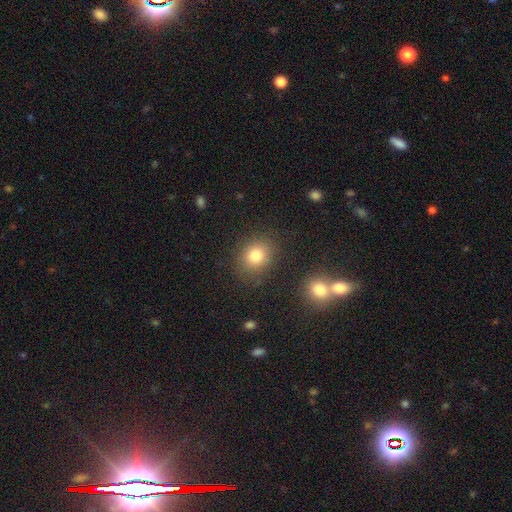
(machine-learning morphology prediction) This is likely a smooth galaxy (79%). How rounded: likely round (64%). Merging: clearly none (83%).